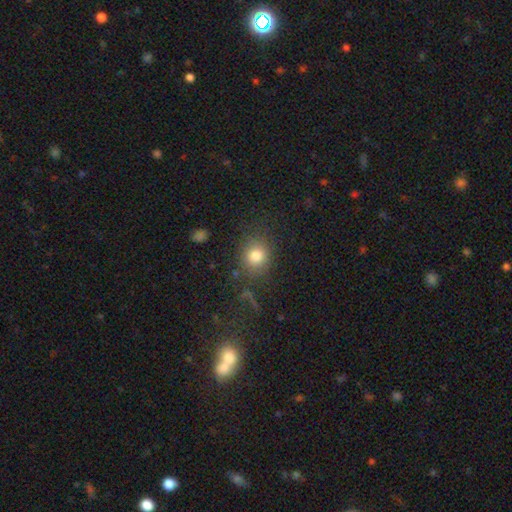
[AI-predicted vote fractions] This appears to be a smooth galaxy with no disk features (80%) that is round (77%). Merging: none (81%).